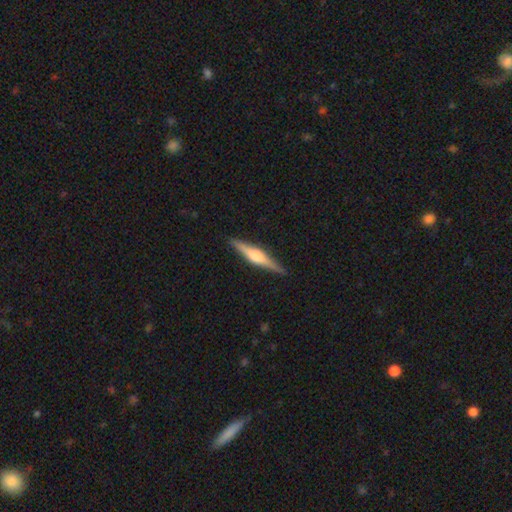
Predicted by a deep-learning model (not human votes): smooth_or_featured: featured or disk (p=0.73) [alt: smooth p=0.22]
disk_edge_on: yes (p=0.98) [alt: no p=0.02]
edge_on_bulge: rounded (p=0.85) [alt: boxy p=0.11]
merging: none (p=0.91) [alt: minor disturbance p=0.06]